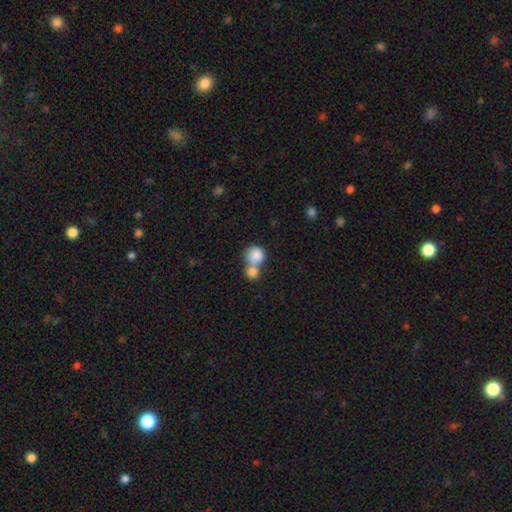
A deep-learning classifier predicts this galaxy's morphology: A smooth galaxy with no disk features (83%) that is round (85%).

Vote fractions:
- Smooth or featured? smooth: 83% / featured or disk: 8% / star or artifact: 8%
- How rounded? round: 85% / in between: 14% / cigar-shaped: 1%
- Merging? merger: 59% / none: 31% / minor disturbance: 7% / major disturbance: 4%